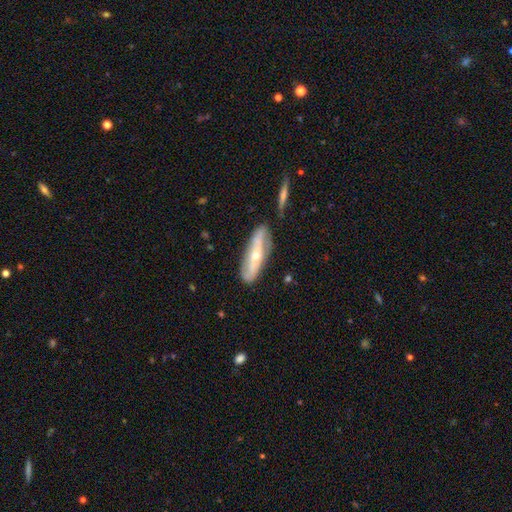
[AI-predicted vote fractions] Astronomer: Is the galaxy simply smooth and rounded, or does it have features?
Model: featured or disk — 67%.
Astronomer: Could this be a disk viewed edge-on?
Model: no — 66%.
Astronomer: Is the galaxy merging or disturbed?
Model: none — 73%.